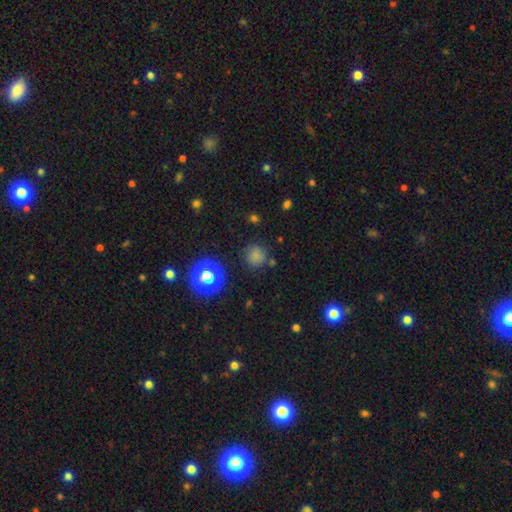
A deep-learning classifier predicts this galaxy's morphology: smooth 74%, star or artifact 20%, featured or disk 6%. Down the decision tree: how rounded — round (91%); merging — none (80%).